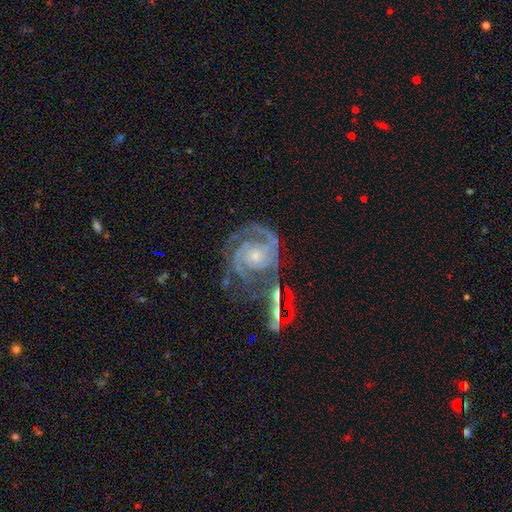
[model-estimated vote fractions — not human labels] smooth-or-featured: featured or disk: 90% | star or artifact: 6% | smooth: 4%
  disk-edge-on: no: 98% | yes: 2%
    bar: no: 70% | weak: 21% | strong: 8%
    has-spiral-arms: yes: 98% | no: 2%
      spiral-winding: tight: 65% | medium: 30% | loose: 5%
      spiral-arm-count: 2: 58% | 3: 21% | can't tell: 9% | 4: 5% | 1: 4% | more than 4: 4%
    bulge-size: small: 69% | moderate: 25% | none: 2% | large: 2% | dominant: 1%
  merging: none: 60% | minor disturbance: 19% | major disturbance: 12% | merger: 9%